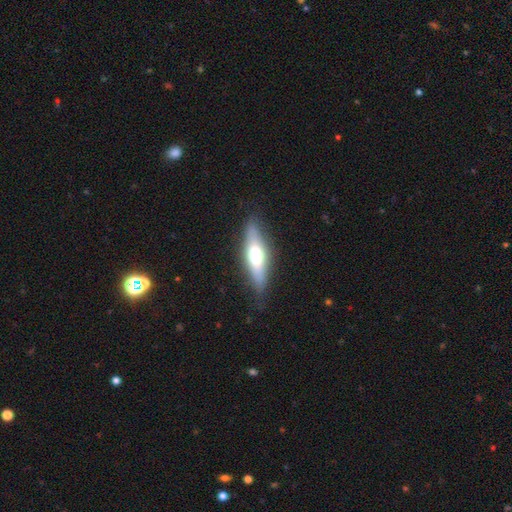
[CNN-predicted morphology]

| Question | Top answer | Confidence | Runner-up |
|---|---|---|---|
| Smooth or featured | smooth | 47% | featured or disk (46%) |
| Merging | none | 82% | minor disturbance (13%) |